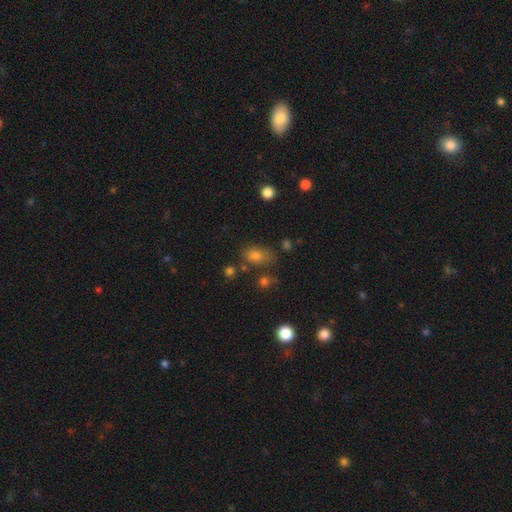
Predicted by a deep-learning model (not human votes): The model was most divided on "merging": none: 68%, minor disturbance: 17%, merger: 8%, major disturbance: 6%. More confident: how rounded — in between (78%); smooth or featured — smooth (73%).